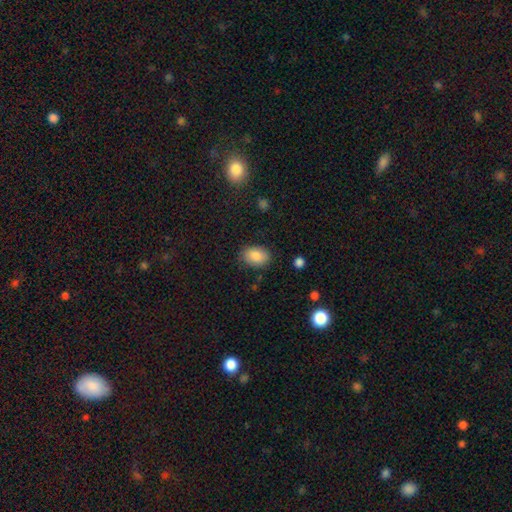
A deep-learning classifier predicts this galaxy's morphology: This appears to be a smooth galaxy with no disk features (85%) that is in between round and cigar-shaped (80%). Merging: none (82%).